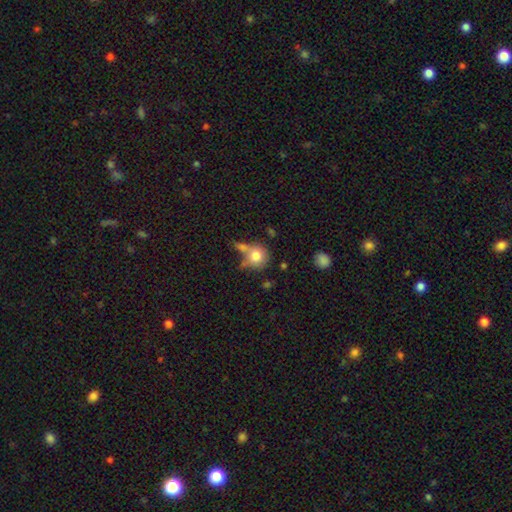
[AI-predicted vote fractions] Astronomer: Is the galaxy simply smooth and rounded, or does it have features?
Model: smooth — 78%.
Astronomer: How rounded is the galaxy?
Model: round — 85%.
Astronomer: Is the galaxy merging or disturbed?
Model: none — 48% (runner-up: merger, 28%).